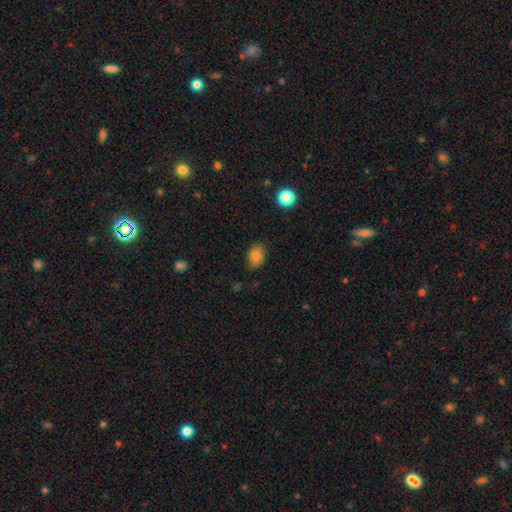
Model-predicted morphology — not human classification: type=smooth (81%); roundness=in between (79%); merging=none (82%).